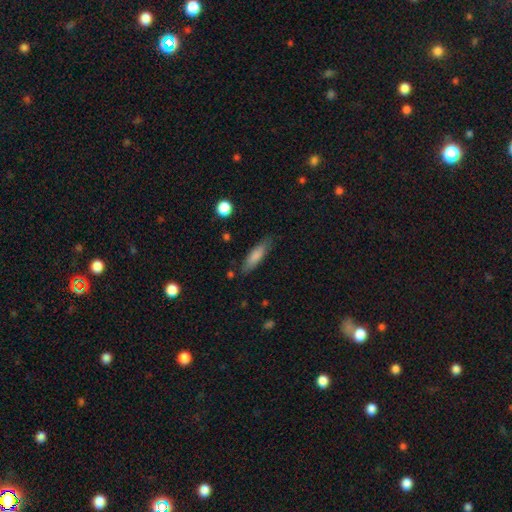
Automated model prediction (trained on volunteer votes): This appears to be a smooth galaxy with no disk features (79%) that is cigar-shaped (58%). Merging: none (80%).